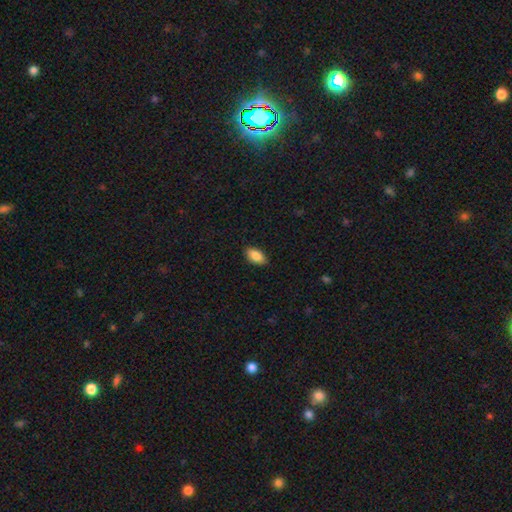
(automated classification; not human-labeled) Smooth or featured?
  - smooth: 87% *
  - star or artifact: 7%
  - featured or disk: 6%
How rounded?
  - in between: 93% *
  - cigar-shaped: 4%
  - round: 3%
Merging?
  - none: 88% *
  - minor disturbance: 9%
  - major disturbance: 2%
  - merger: 1%